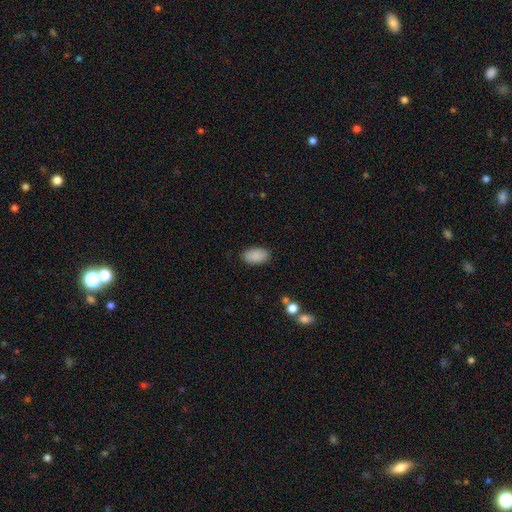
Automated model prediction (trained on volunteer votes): smooth 89%, star or artifact 7%, featured or disk 3%. Down the decision tree: how rounded — in between (94%); merging — none (87%).